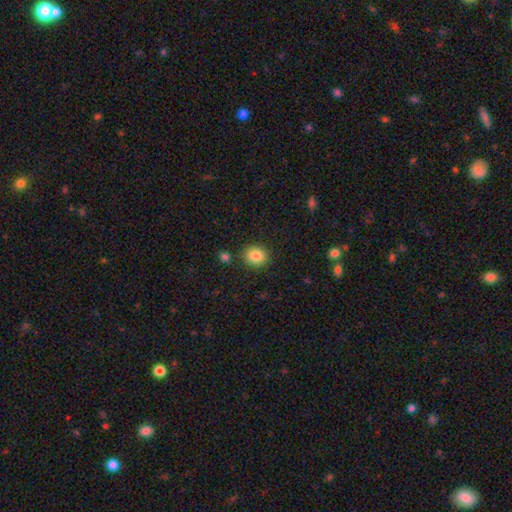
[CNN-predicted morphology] Smooth or featured: smooth — 86% (star or artifact — 9%)
How rounded: round — 67% (in between — 32%)
Merging: none — 85% (minor disturbance — 9%)